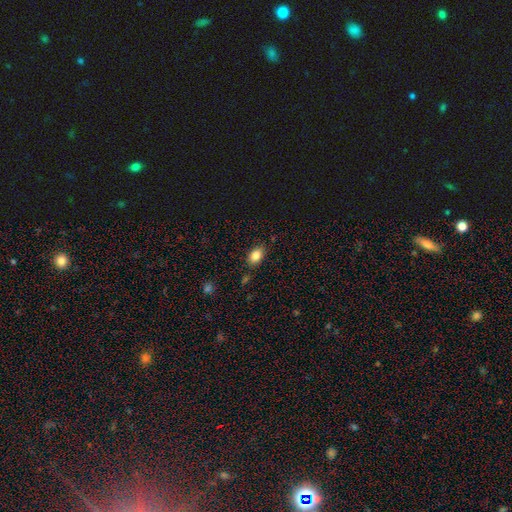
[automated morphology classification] smooth_or_featured: smooth (p=0.84) [alt: star or artifact p=0.09]
how_rounded: in between (p=0.83) [alt: round p=0.15]
merging: none (p=0.82) [alt: minor disturbance p=0.12]